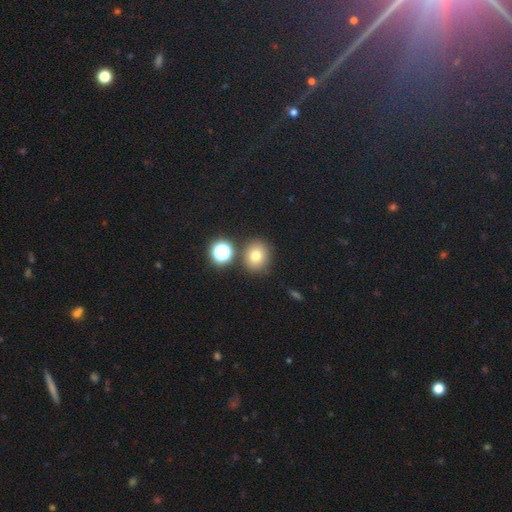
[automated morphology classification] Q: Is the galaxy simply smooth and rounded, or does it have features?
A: smooth — 75%.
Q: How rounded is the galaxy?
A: round — 77%.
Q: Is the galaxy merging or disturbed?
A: none — 81%.